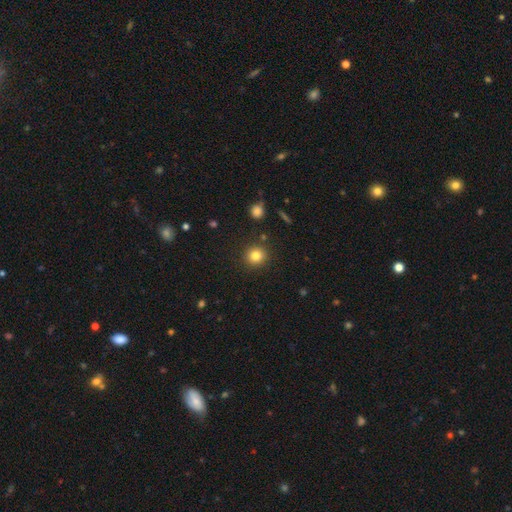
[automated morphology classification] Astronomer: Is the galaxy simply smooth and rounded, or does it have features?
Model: smooth — 82%.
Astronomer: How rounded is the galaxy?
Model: round — 89%.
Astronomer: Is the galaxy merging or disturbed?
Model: none — 88%.